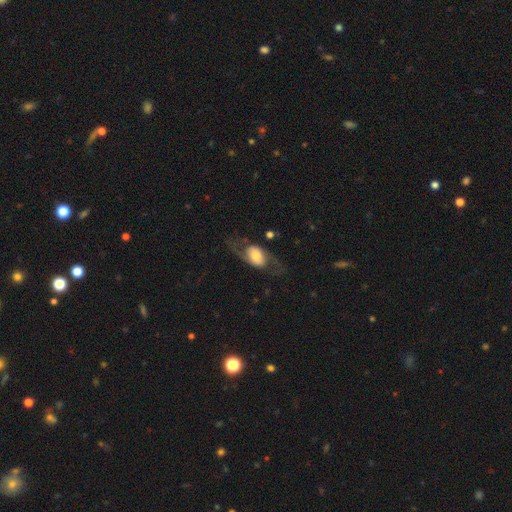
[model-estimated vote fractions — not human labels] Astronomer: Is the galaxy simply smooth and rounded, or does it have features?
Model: featured or disk — 61%.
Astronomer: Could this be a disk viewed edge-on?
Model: no — 89%.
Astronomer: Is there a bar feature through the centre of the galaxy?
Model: no — 54% (runner-up: weak, 31%).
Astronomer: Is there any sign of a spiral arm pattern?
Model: yes — 79%.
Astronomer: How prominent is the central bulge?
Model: moderate — 41% (runner-up: large, 29%).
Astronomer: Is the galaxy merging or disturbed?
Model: none — 62%.